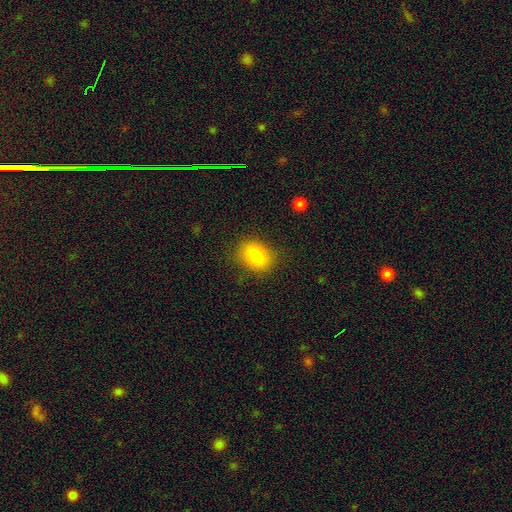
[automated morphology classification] Smooth or featured? smooth (81%)
How rounded? in between (67%)
Merging? none (84%)